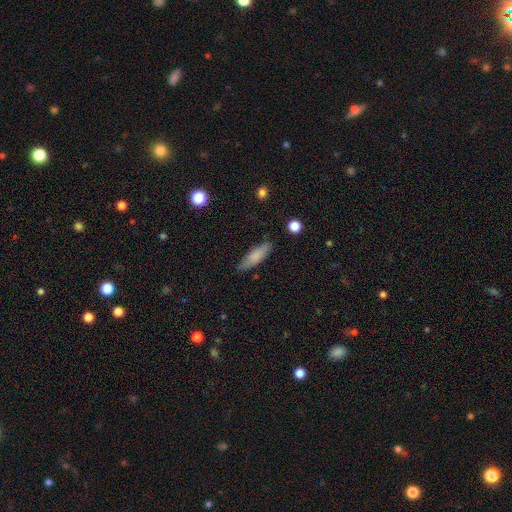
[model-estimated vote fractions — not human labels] This is likely a smooth galaxy (78%). How rounded: possibly cigar-shaped (58%). Merging: likely none (79%).